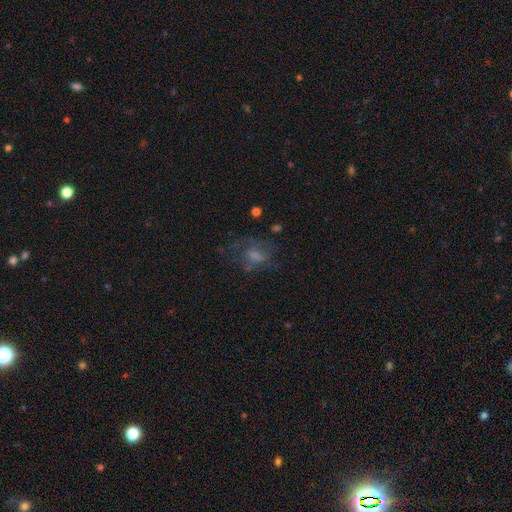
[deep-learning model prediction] smooth_or_featured: featured or disk (p=0.41) [alt: smooth p=0.38]
merging: none (p=0.51) [alt: major disturbance p=0.26]